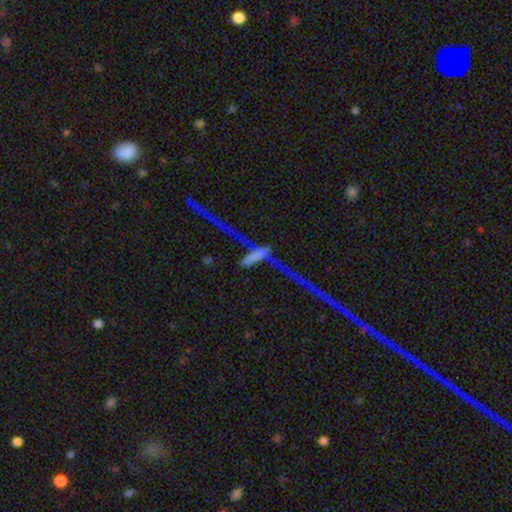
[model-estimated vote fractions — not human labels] smooth 42% (tied), featured or disk 42% (tied), star or artifact 16%. Down the decision tree: merging — none (36%).